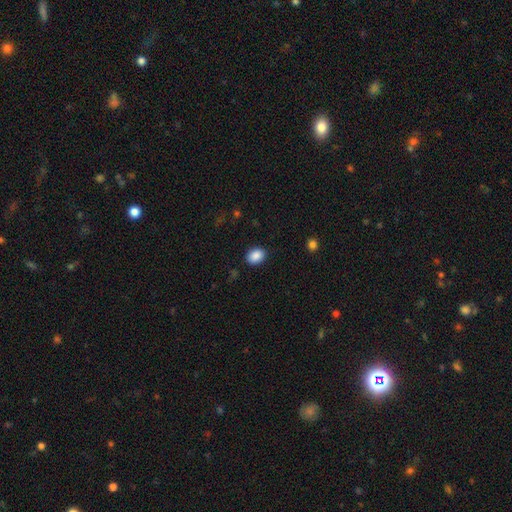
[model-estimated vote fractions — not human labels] smooth-or-featured: smooth: 88% | star or artifact: 8% | featured or disk: 4%
  how-rounded: in between: 63% | round: 36% | cigar-shaped: 1%
  merging: none: 88% | minor disturbance: 8% | major disturbance: 2% | merger: 1%